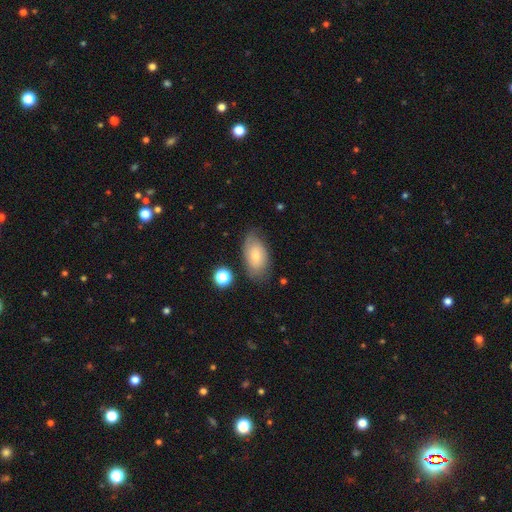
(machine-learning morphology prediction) This is likely a smooth galaxy (69%). How rounded: clearly in between (93%). Merging: likely none (69%).